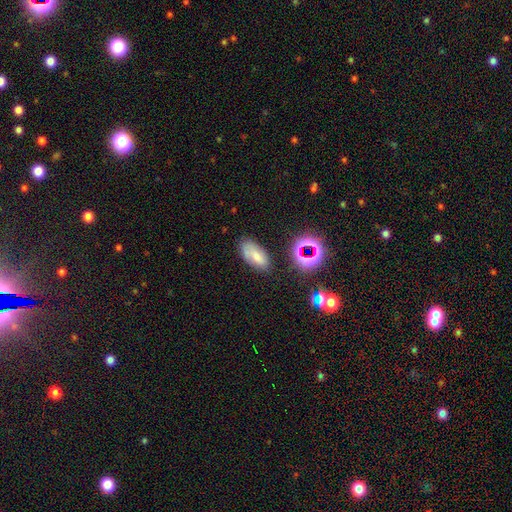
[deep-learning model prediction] A smooth galaxy with no disk features (63%) that is in between round and cigar-shaped (90%). Merging: none (65%).